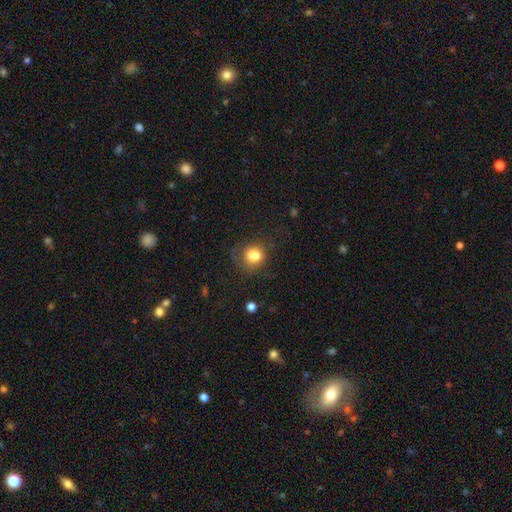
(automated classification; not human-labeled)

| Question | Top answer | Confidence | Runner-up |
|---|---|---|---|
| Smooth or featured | smooth | 81% | star or artifact (11%) |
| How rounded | round | 73% | in between (26%) |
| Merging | none | 64% | minor disturbance (21%) |